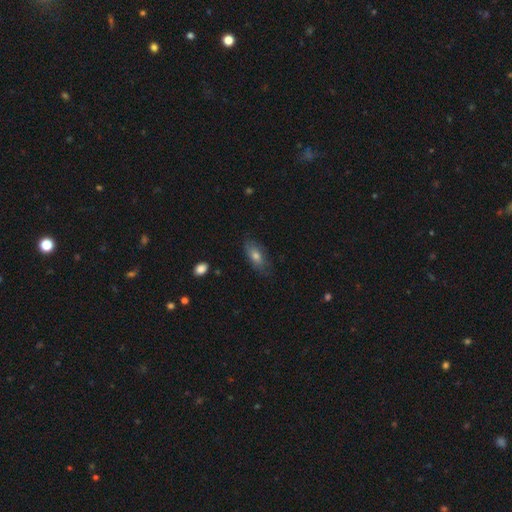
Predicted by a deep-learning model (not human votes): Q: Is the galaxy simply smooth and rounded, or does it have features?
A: smooth — 68%.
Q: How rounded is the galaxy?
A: in between — 79%.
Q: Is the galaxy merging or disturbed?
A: none — 78%.